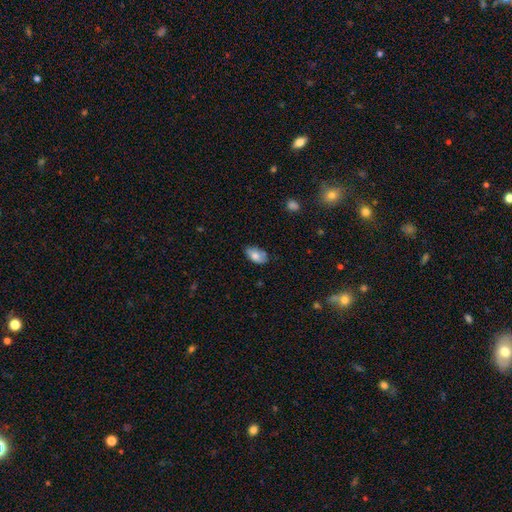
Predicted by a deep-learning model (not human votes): Smooth or featured?
  - smooth: 76% *
  - featured or disk: 16%
  - star or artifact: 7%
How rounded?
  - in between: 93% *
  - round: 5%
  - cigar-shaped: 2%
Merging?
  - none: 67% *
  - minor disturbance: 27%
  - major disturbance: 5%
  - merger: 2%